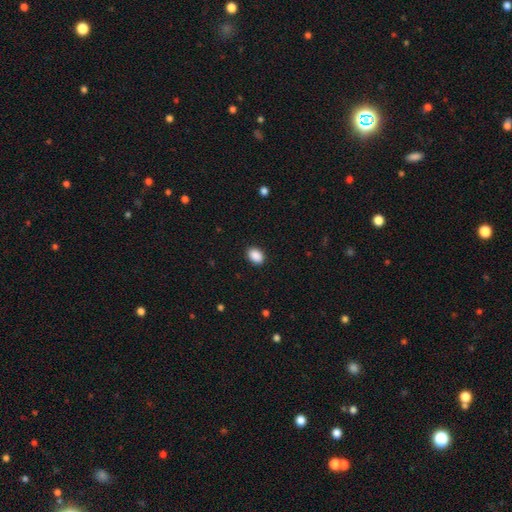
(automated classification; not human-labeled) This is clearly a smooth galaxy (90%). How rounded: likely in between (79%). Merging: clearly none (89%).